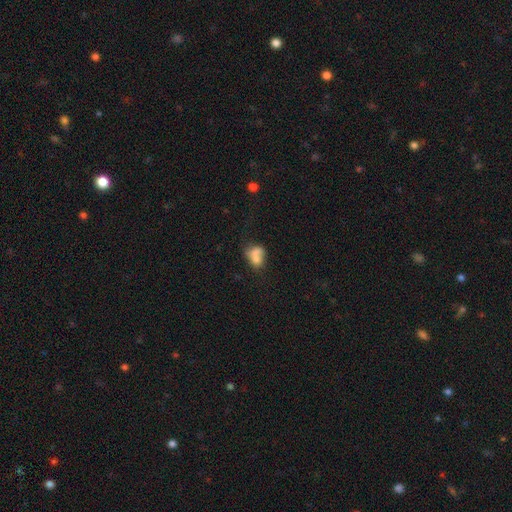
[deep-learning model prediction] A smooth galaxy with no disk features (68%) that is in between round and cigar-shaped (60%).

Vote fractions:
- Smooth or featured? smooth: 68% / featured or disk: 21% / star or artifact: 11%
- How rounded? in between: 60% / round: 38% / cigar-shaped: 2%
- Merging? merger: 54% / none: 23% / minor disturbance: 13% / major disturbance: 10%